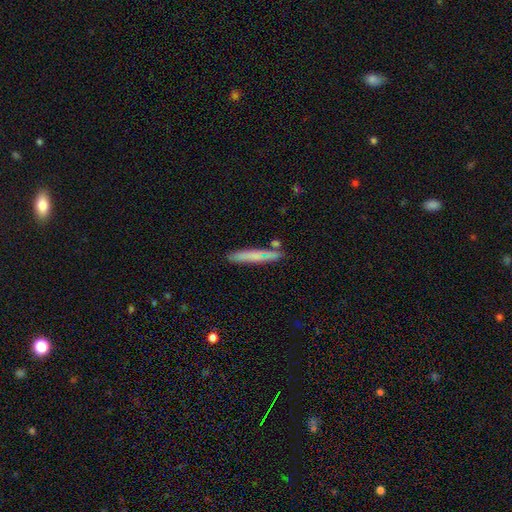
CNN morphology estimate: A smooth galaxy with no disk features (65%) that is cigar-shaped (93%).

Vote fractions:
- Smooth or featured? smooth: 65% / featured or disk: 28% / star or artifact: 7%
- How rounded? cigar-shaped: 93% / in between: 5% / round: 1%
- Merging? none: 79% / minor disturbance: 12% / merger: 6% / major disturbance: 3%